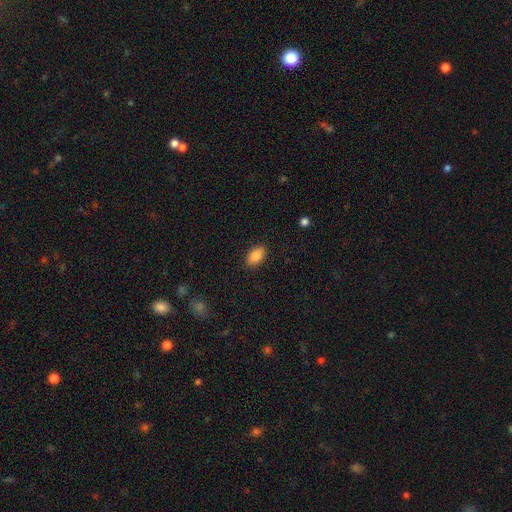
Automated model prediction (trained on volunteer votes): The model was most divided on "merging": none: 87%, minor disturbance: 9%, major disturbance: 2%, merger: 1%. More confident: how rounded — in between (92%); smooth or featured — smooth (87%).